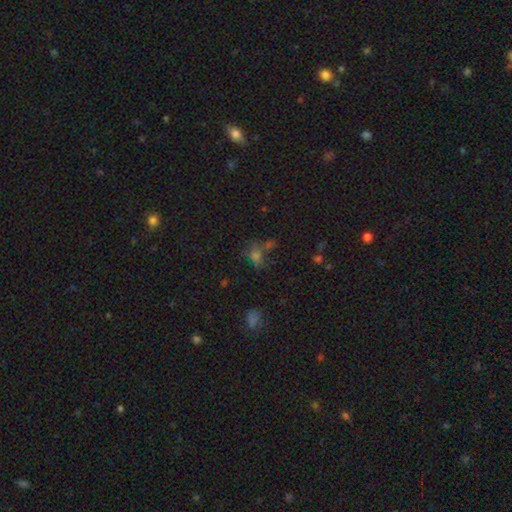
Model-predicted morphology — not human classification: A smooth galaxy with no disk features (53%) that is round (55%).

Vote fractions:
- Smooth or featured? smooth: 53% / star or artifact: 35% / featured or disk: 12%
- How rounded? round: 55% / in between: 42% / cigar-shaped: 3%
- Merging? none: 49% / merger: 26% / minor disturbance: 15% / major disturbance: 10%